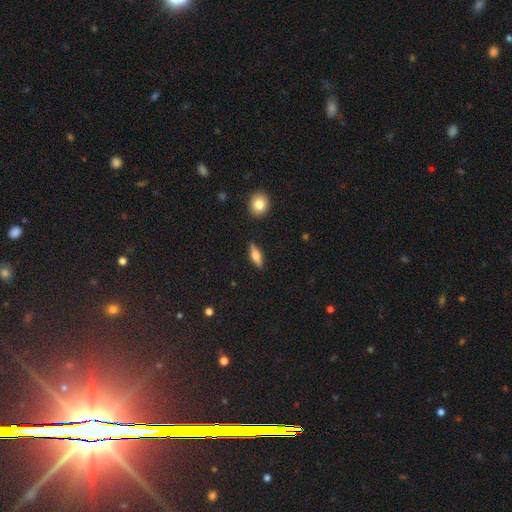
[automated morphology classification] Q: Smooth or featured?
A: smooth (58%); runner-up: featured or disk (35%)
Q: How rounded?
A: in between (51%); runner-up: cigar-shaped (45%)
Q: Merging?
A: none (88%); runner-up: minor disturbance (8%)